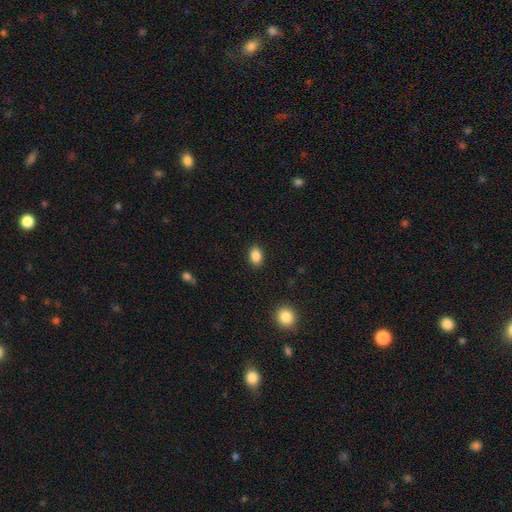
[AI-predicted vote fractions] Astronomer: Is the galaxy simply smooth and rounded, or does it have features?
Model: smooth — 87%.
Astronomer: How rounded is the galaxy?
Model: in between — 80%.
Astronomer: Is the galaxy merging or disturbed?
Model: none — 89%.